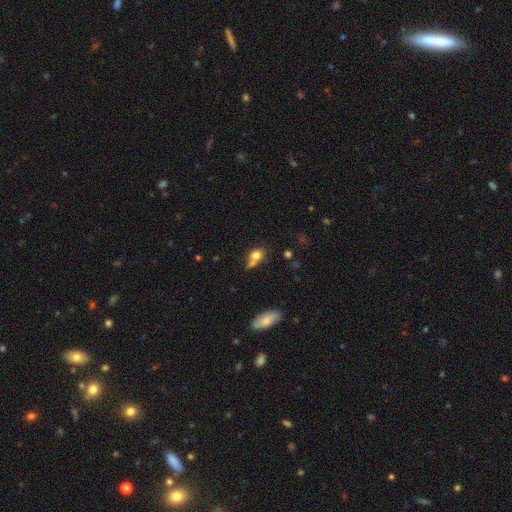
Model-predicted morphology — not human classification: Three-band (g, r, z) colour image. It shows a smooth galaxy with no disk features (77%) that is in between round and cigar-shaped (53%). Merging: merger (41%).